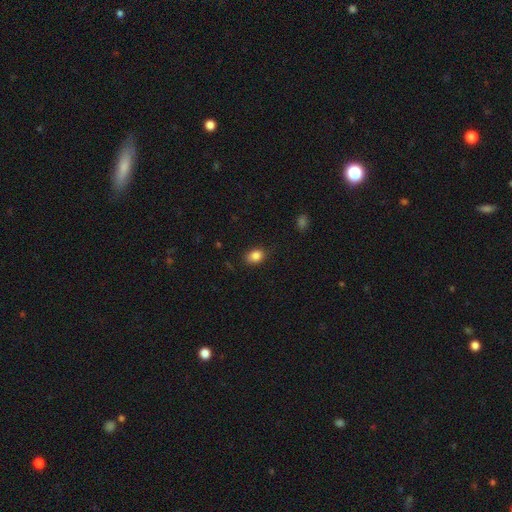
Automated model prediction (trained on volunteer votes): smooth-or-featured: smooth: 85% | star or artifact: 10% | featured or disk: 6%
  how-rounded: in between: 69% | round: 30% | cigar-shaped: 1%
  merging: none: 80% | minor disturbance: 16% | major disturbance: 3% | merger: 1%